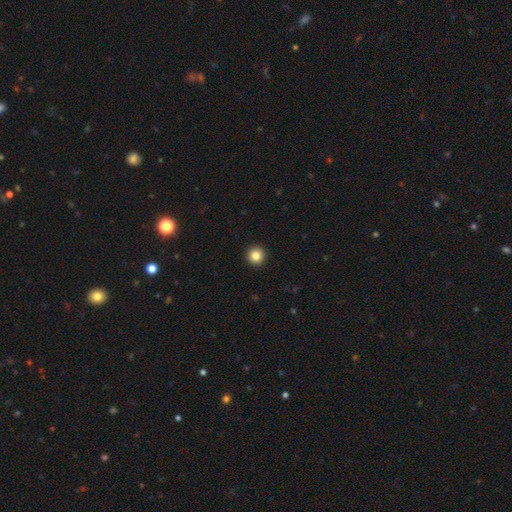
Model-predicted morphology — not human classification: Q: Smooth or featured?
A: smooth (84%); runner-up: star or artifact (10%)
Q: How rounded?
A: round (95%); runner-up: in between (4%)
Q: Merging?
A: none (94%); runner-up: minor disturbance (4%)